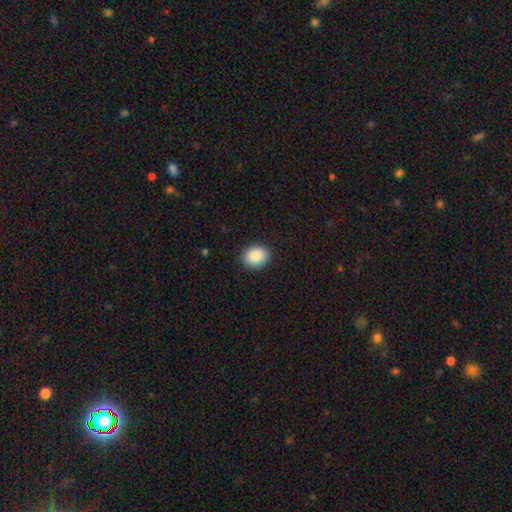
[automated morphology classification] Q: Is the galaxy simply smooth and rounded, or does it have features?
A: smooth — 89%.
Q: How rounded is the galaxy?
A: round — 52%.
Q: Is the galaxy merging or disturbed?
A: none — 89%.